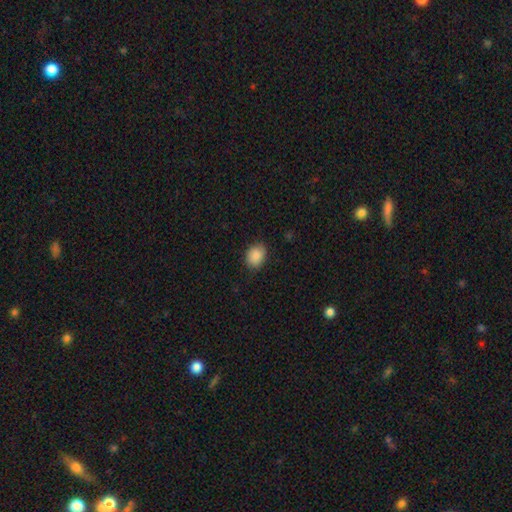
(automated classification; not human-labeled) Morphology: type=smooth (88%); roundness=in between (54%); merging=none (83%).